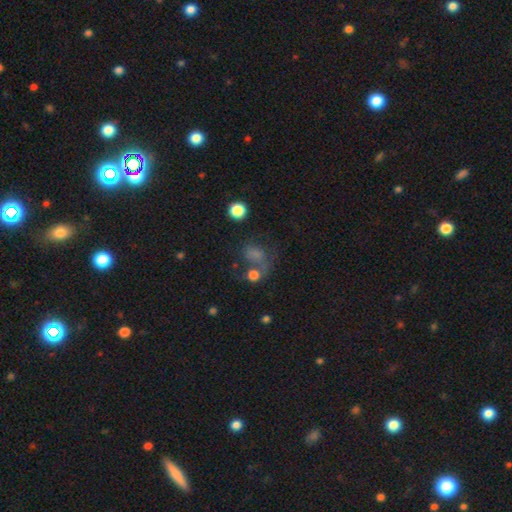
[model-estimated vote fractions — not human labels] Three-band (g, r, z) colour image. It shows a smooth galaxy with no disk features (53%) that is in between round and cigar-shaped (49%, tied with round). Merging: none (35%).